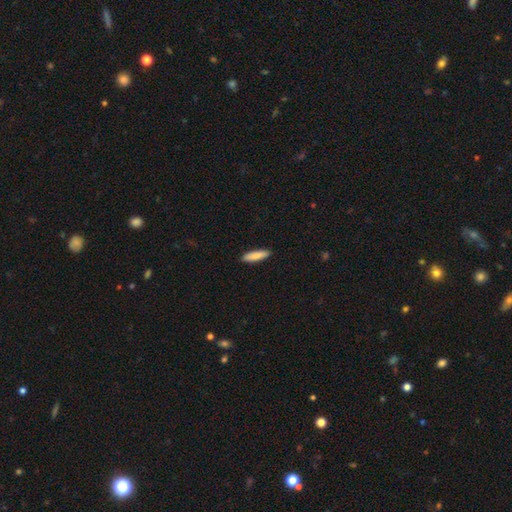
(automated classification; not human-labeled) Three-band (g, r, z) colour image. It shows a smooth galaxy with no disk features (86%) that is cigar-shaped (73%). Merging: none (91%).